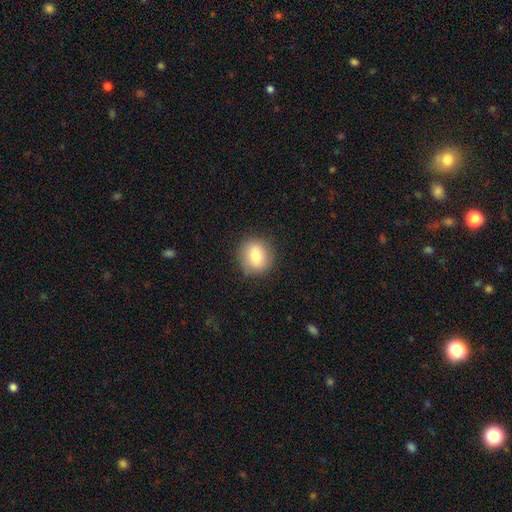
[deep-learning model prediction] Smooth or featured? Predicted: smooth (p=0.76). How rounded? Predicted: round (p=0.83). Merging? Predicted: none (p=0.86).